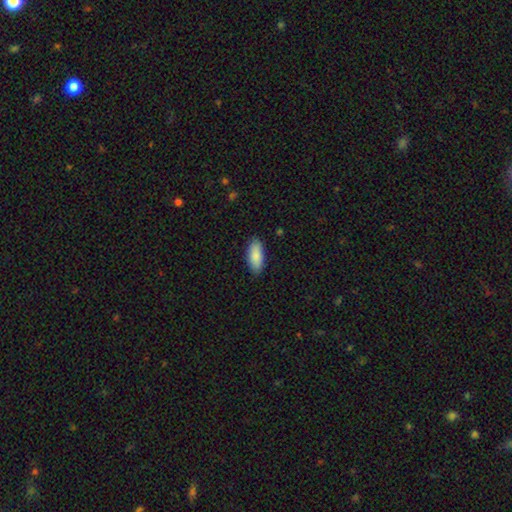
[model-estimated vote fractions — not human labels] Smooth or featured? smooth (87%)
How rounded? in between (85%)
Merging? none (86%)